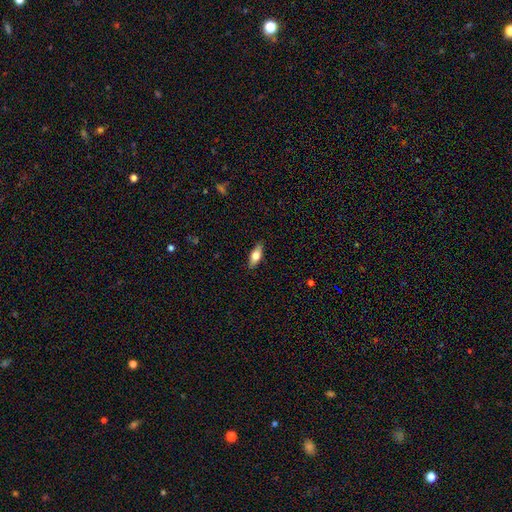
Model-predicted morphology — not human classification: A smooth galaxy with no disk features (69%) that is in between round and cigar-shaped (73%).

Vote fractions:
- Smooth or featured? smooth: 69% / featured or disk: 25% / star or artifact: 7%
- How rounded? in between: 73% / cigar-shaped: 24% / round: 3%
- Merging? none: 87% / minor disturbance: 10% / major disturbance: 2% / merger: 1%